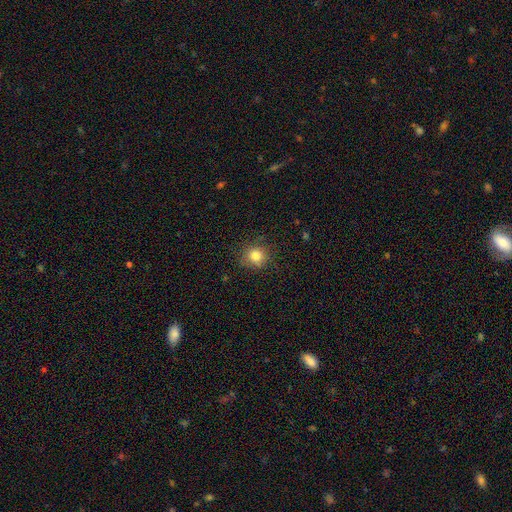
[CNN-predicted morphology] Smooth or featured: smooth — 82% (star or artifact — 12%)
How rounded: round — 89% (in between — 10%)
Merging: none — 85% (minor disturbance — 11%)